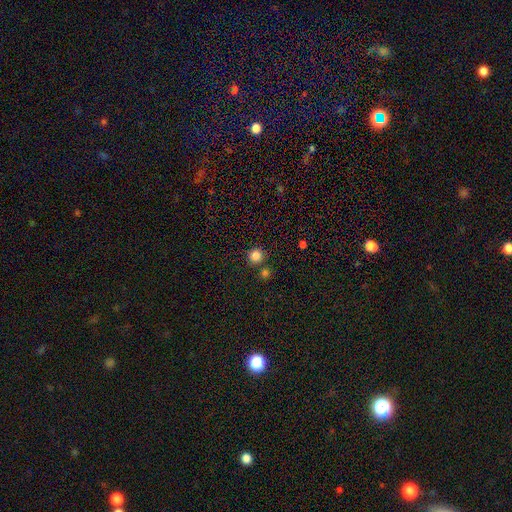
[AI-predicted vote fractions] Smooth or featured? smooth (84%)
How rounded? round (95%)
Merging? none (80%)